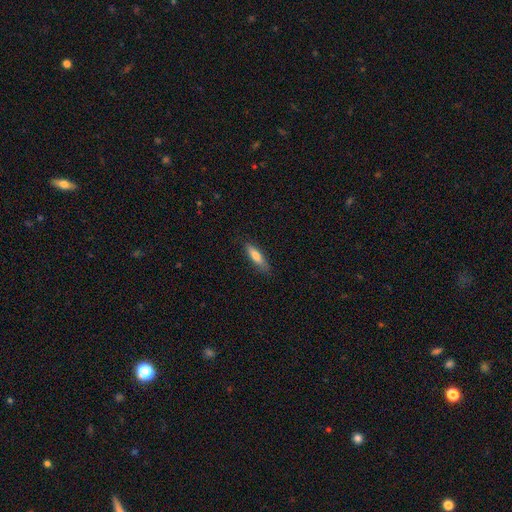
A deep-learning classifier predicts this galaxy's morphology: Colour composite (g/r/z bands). It shows a smooth galaxy with no disk features (74%) that is cigar-shaped (65%). Merging: none (83%).